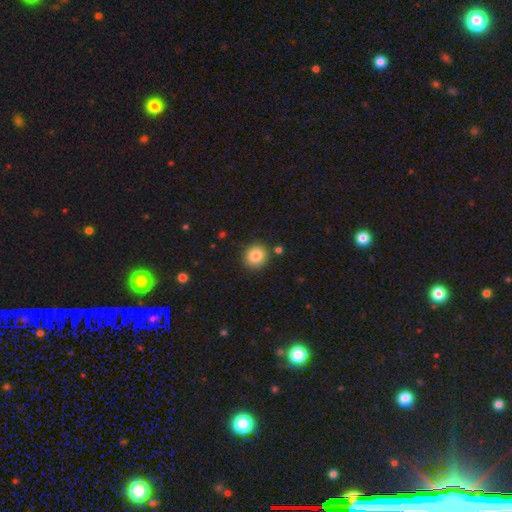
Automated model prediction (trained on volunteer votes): smooth 83%, star or artifact 9%, featured or disk 7%. Down the decision tree: how rounded — round (88%); merging — none (87%).